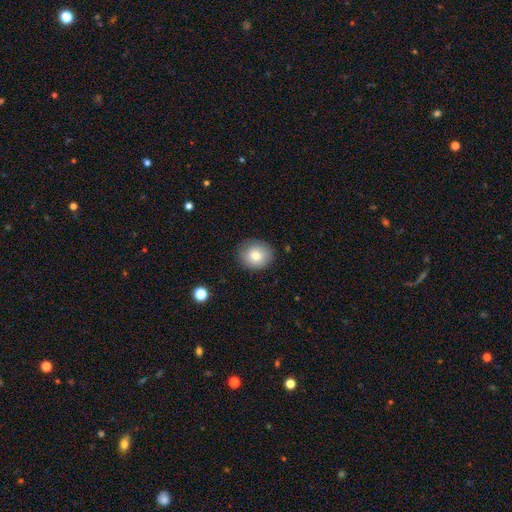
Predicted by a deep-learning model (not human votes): This appears to be a smooth galaxy with no disk features (81%) that is round (82%). Merging: none (86%).